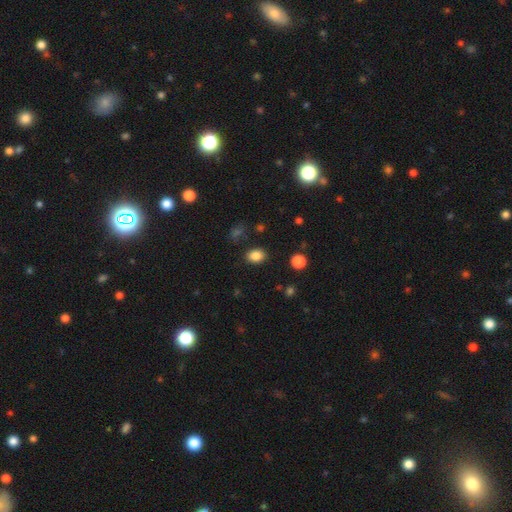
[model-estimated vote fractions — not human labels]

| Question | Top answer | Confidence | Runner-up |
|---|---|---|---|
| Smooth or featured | smooth | 85% | star or artifact (11%) |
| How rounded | in between | 69% | round (30%) |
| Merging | none | 85% | minor disturbance (10%) |